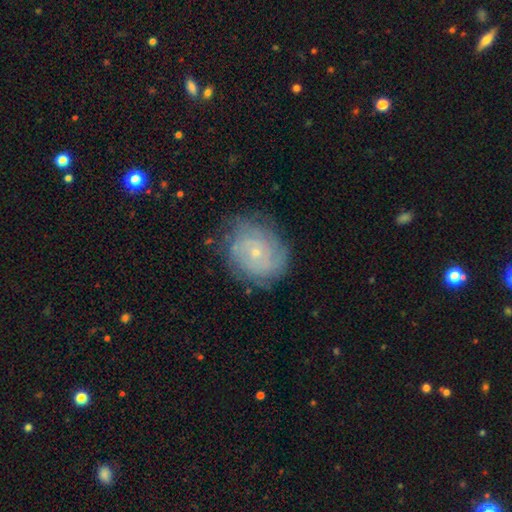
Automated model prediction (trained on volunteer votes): Smooth or featured? featured or disk (65%)
Edge-on disk? no (97%)
Bar? no (80%)
Spiral arms? yes (87%)
Spiral winding? tight (71%)
Spiral arm count? can't tell (50%)
Bulge size? small (81%)
Merging? none (77%)